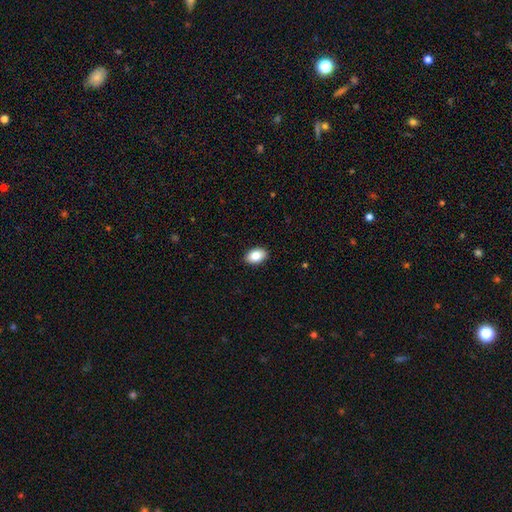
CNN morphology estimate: smooth_or_featured: smooth (p=0.85) [alt: star or artifact p=0.08]
how_rounded: in between (p=0.87) [alt: round p=0.12]
merging: none (p=0.91) [alt: minor disturbance p=0.07]